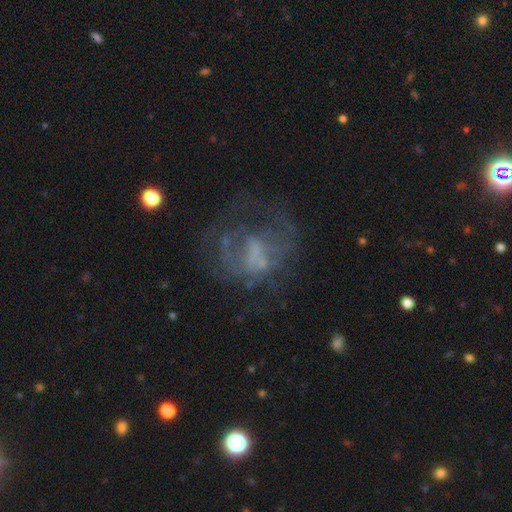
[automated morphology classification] Smooth or featured? Predicted: featured or disk (p=0.62). Edge-on disk? Predicted: no (p=0.98). Bar? Predicted: no (p=0.65). Spiral arms? Predicted: no (p=0.66). Bulge size? Predicted: none (p=0.53). Merging? Predicted: none (p=0.42).